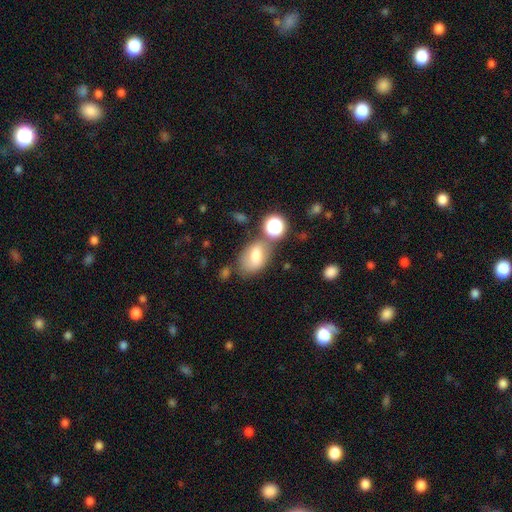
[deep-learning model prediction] This is likely a smooth galaxy (65%). How rounded: clearly in between (82%). Merging: possibly none (54%).